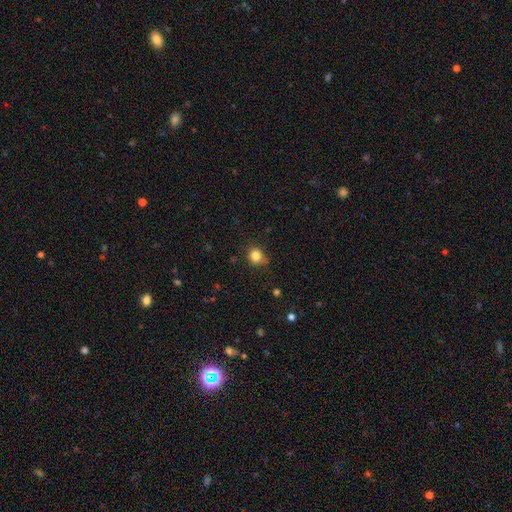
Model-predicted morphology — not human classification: Smooth or featured: smooth — 83% (star or artifact — 12%)
How rounded: round — 80% (in between — 19%)
Merging: none — 74% (minor disturbance — 20%)